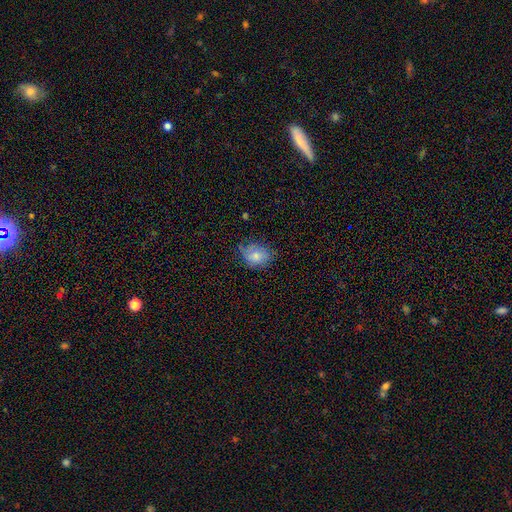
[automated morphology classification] Smooth or featured?
  - smooth: 75% *
  - featured or disk: 16%
  - star or artifact: 9%
How rounded?
  - in between: 58% *
  - round: 41%
  - cigar-shaped: 1%
Merging?
  - none: 63% *
  - minor disturbance: 27%
  - major disturbance: 8%
  - merger: 2%